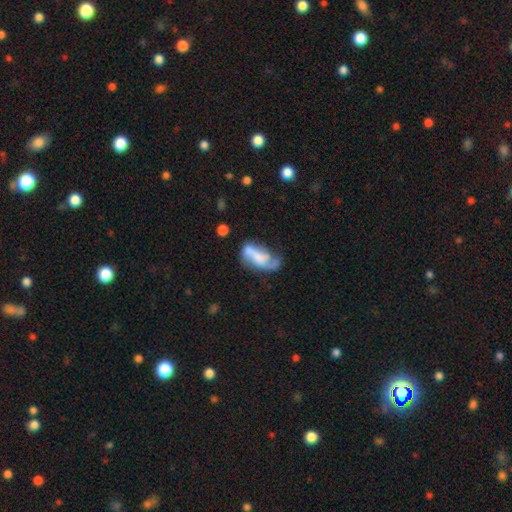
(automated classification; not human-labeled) A featured or disk galaxy (52%).

Vote fractions:
- Smooth or featured? featured or disk: 52% / smooth: 40% / star or artifact: 9%
- Edge-on disk? no: 93% / yes: 7%
- Merging? none: 34% / major disturbance: 26% / minor disturbance: 24% / merger: 16%